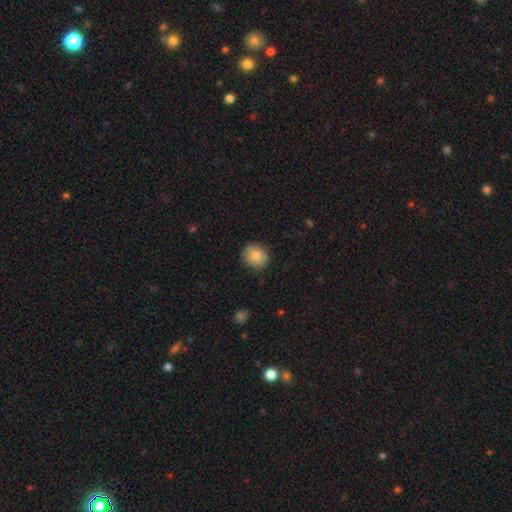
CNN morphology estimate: type=smooth (77%); roundness=round (85%); merging=none (82%).